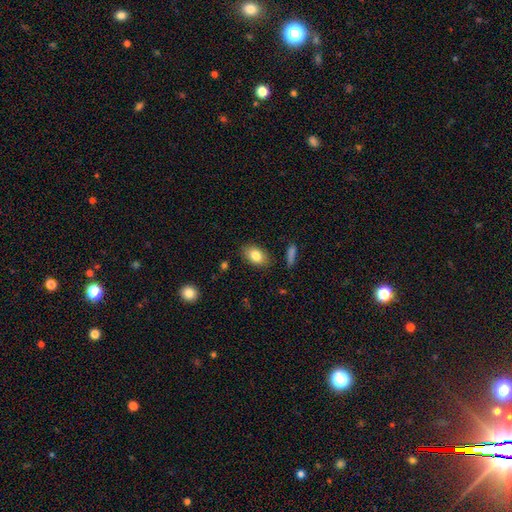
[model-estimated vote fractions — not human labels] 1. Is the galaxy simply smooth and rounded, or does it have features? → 82% smooth, 11% featured or disk, 8% star or artifact.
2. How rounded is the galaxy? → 87% in between, 11% round, 2% cigar-shaped.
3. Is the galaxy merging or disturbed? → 85% none, 11% minor disturbance, 3% major disturbance, 2% merger.